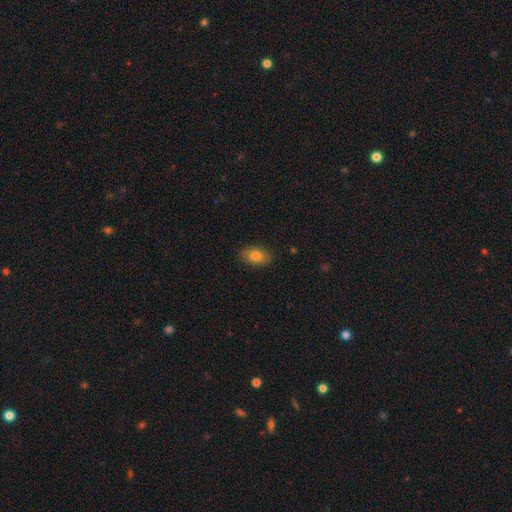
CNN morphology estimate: smooth-or-featured: smooth: 83% | featured or disk: 9% | star or artifact: 8%
  how-rounded: in between: 88% | round: 10% | cigar-shaped: 2%
  merging: none: 85% | minor disturbance: 11% | major disturbance: 3% | merger: 1%